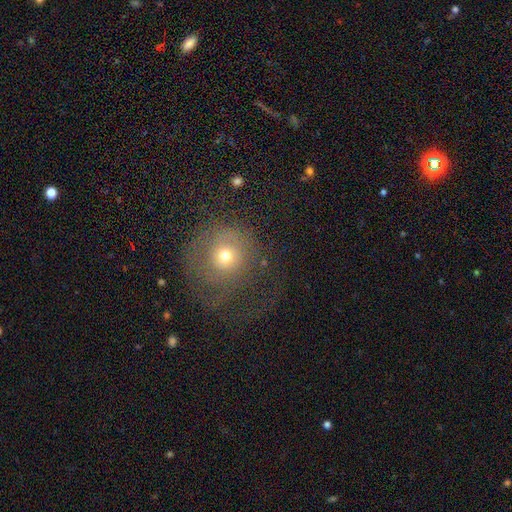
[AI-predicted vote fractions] Overall: smooth (46%; featured or disk 31%). Merging: none (67%).